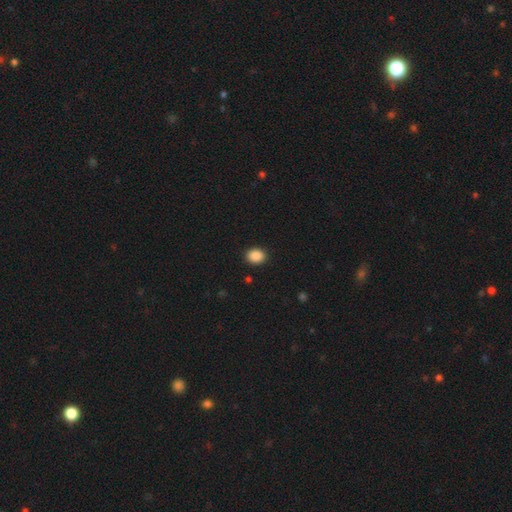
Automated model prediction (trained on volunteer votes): Smooth or featured? smooth (89%)
How rounded? round (52%)
Merging? none (91%)